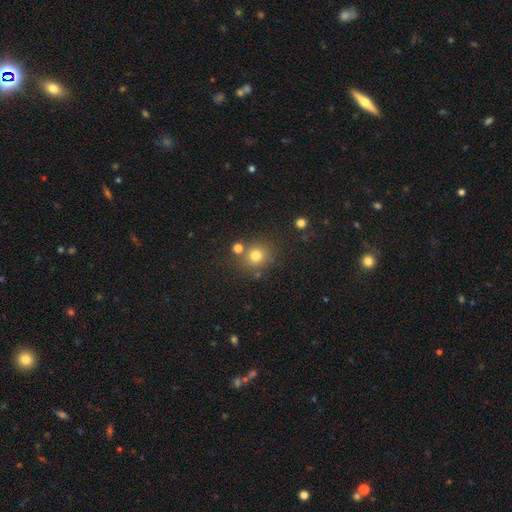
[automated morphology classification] Q: Smooth or featured?
A: smooth (76%); runner-up: star or artifact (16%)
Q: How rounded?
A: round (83%); runner-up: in between (16%)
Q: Merging?
A: none (73%); runner-up: merger (12%)